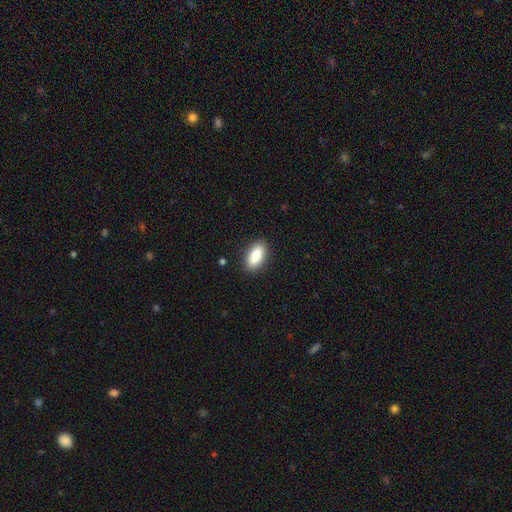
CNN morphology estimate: Smooth or featured? Predicted: smooth (p=0.86). How rounded? Predicted: in between (p=0.87). Merging? Predicted: none (p=0.89).